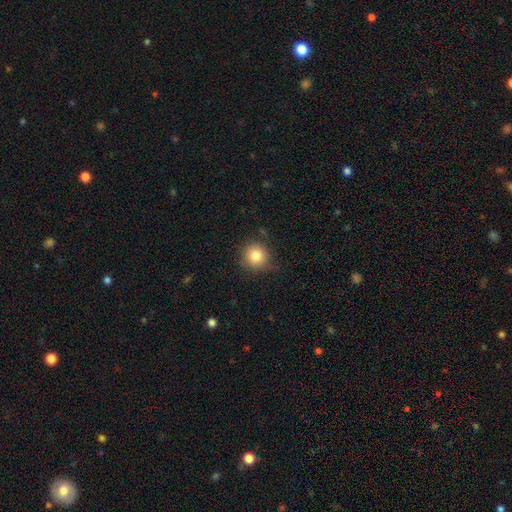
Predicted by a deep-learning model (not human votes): Overall: smooth (83%). How rounded: round (93%). Merging: none (80%).